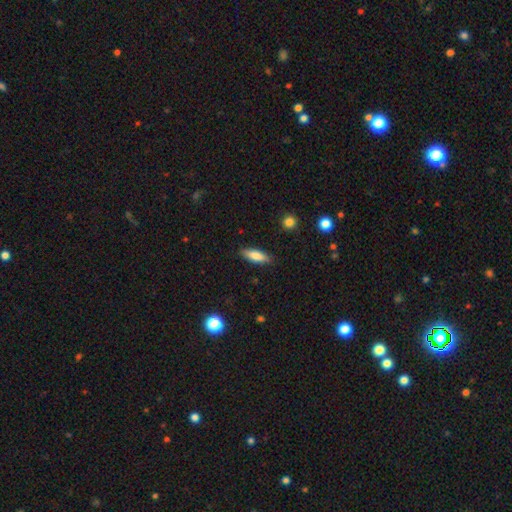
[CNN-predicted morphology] This appears to be a smooth galaxy with no disk features (81%) that is in between round and cigar-shaped (53%). Merging: none (88%).